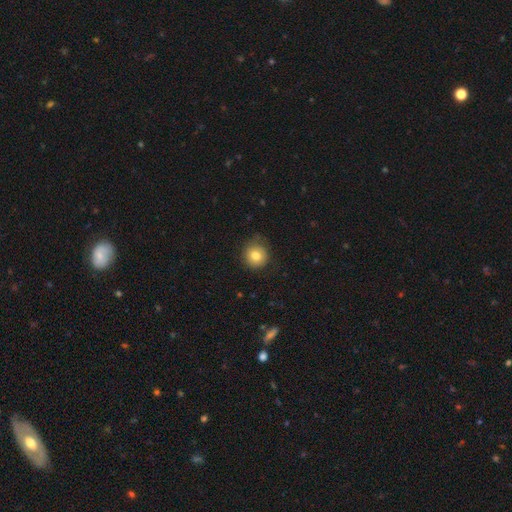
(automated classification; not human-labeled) This appears to be a smooth galaxy with no disk features (80%) that is round (91%). Merging: none (79%).